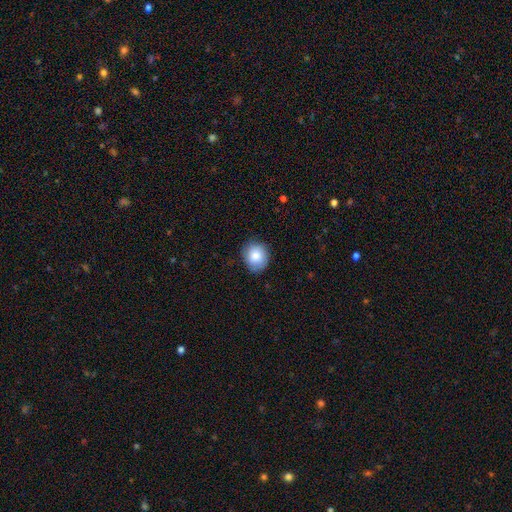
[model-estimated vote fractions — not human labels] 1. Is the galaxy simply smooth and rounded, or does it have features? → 81% smooth, 11% featured or disk, 8% star or artifact.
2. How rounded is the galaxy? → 73% round, 26% in between, 1% cigar-shaped.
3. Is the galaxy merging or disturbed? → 80% none, 16% minor disturbance, 3% major disturbance, 1% merger.